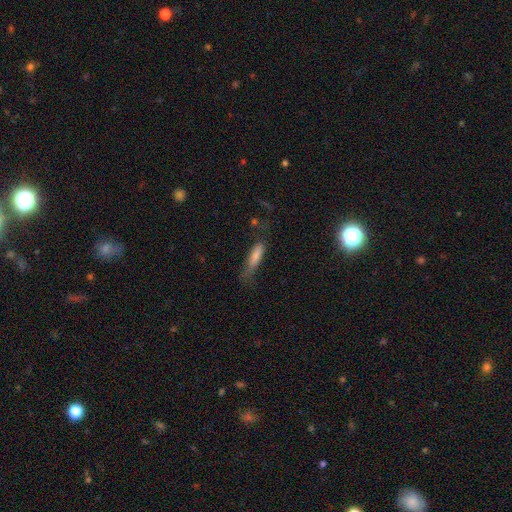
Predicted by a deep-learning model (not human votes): Morphology: type=smooth (77%); roundness=cigar-shaped (70%); merging=none (45%).